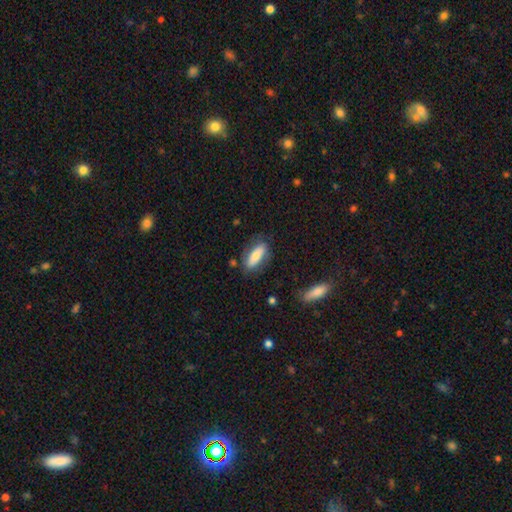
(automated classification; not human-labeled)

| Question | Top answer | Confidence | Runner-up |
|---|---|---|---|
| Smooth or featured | smooth | 68% | featured or disk (25%) |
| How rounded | in between | 70% | cigar-shaped (28%) |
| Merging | none | 74% | minor disturbance (17%) |